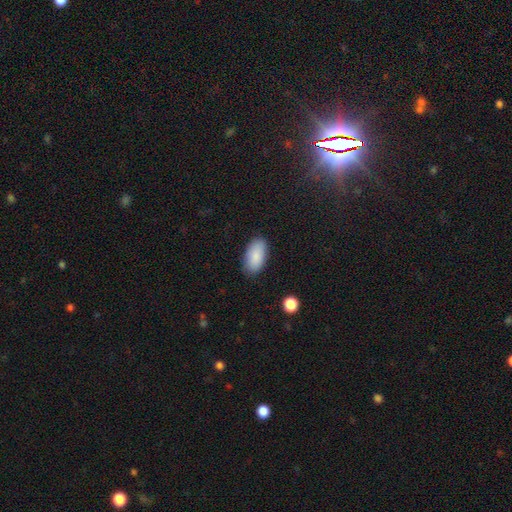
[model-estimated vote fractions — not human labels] Smooth or featured: smooth — 89% (star or artifact — 6%)
How rounded: in between — 94% (cigar-shaped — 4%)
Merging: none — 85% (minor disturbance — 11%)